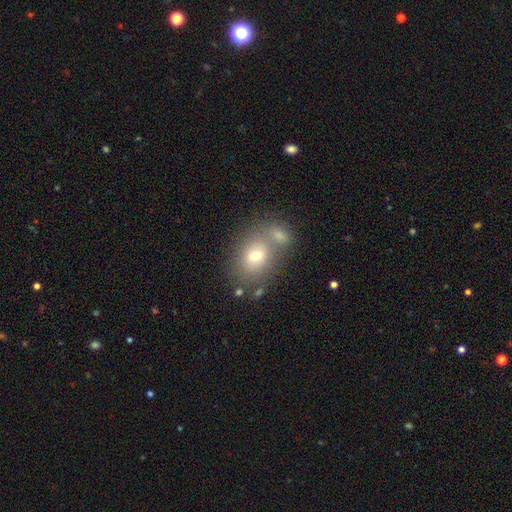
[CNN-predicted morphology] The model was most divided on "merging": none: 48%, merger: 34%, minor disturbance: 12%, major disturbance: 5%. More confident: smooth or featured — smooth (71%); how rounded — in between (64%).